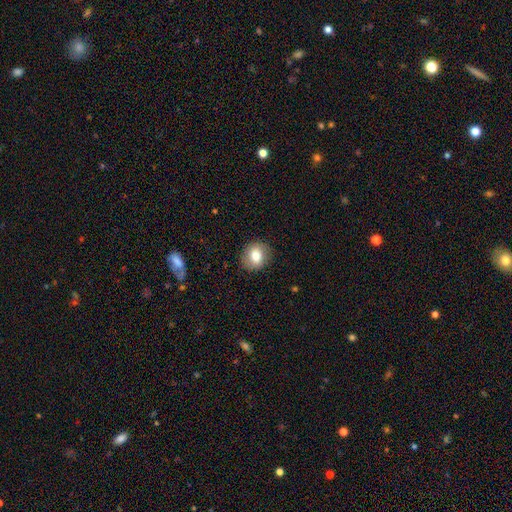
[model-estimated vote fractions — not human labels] Smooth or featured? Predicted: smooth (p=0.76). How rounded? Predicted: round (p=0.73). Merging? Predicted: none (p=0.87).